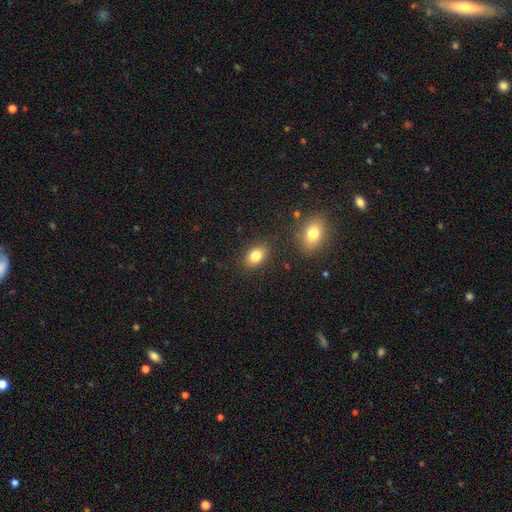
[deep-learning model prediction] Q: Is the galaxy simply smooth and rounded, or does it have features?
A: smooth — 81%.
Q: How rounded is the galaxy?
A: in between — 80%.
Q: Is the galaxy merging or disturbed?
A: none — 85%.